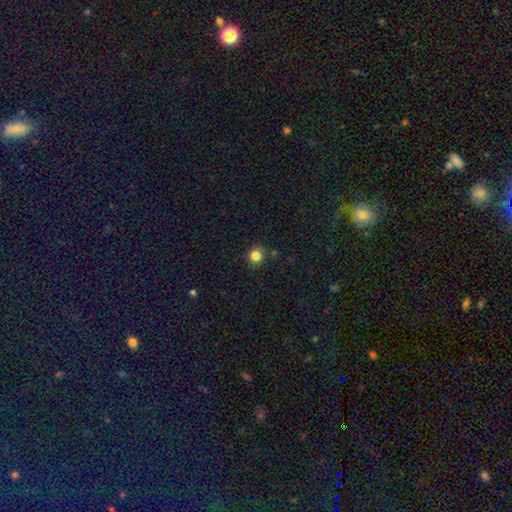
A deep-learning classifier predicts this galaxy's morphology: type=smooth (83%); roundness=round (88%); merging=none (87%).